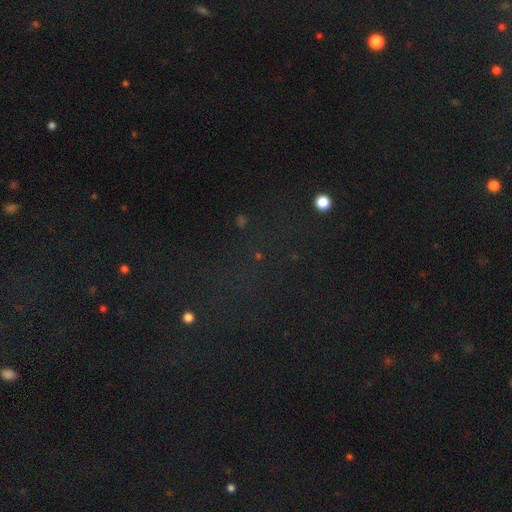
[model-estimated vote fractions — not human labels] This appears to be a star or artifact, not a galaxy (72%).